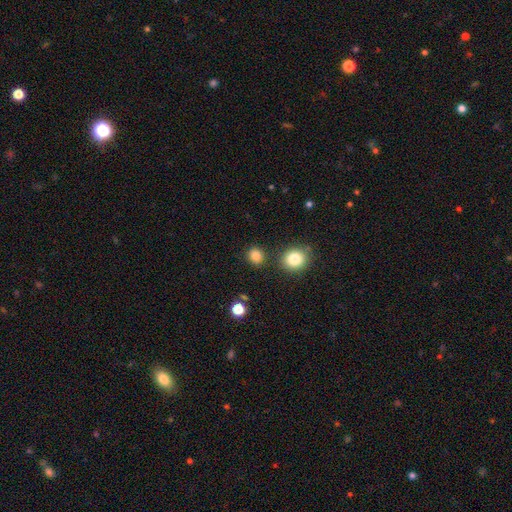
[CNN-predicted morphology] Smooth or featured? smooth (84%)
How rounded? round (80%)
Merging? none (83%)